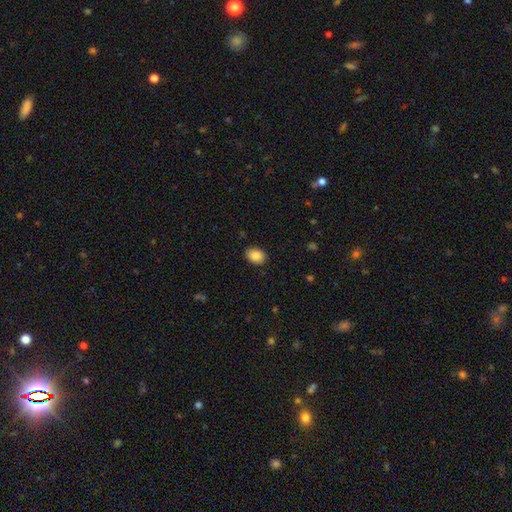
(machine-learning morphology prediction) Smooth or featured? smooth (87%)
How rounded? in between (65%)
Merging? none (88%)